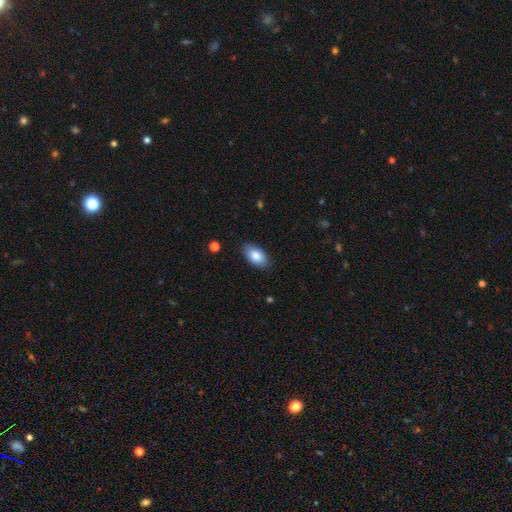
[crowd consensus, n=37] A smooth galaxy with no disk features (92%) that is in between round and cigar-shaped (97%).

Vote fractions:
- Smooth or featured? smooth: 92% / star or artifact: 5% / featured or disk: 3%
- How rounded? in between: 97% / round: 3% / cigar-shaped: 0%
- Merging? none: 86% / minor disturbance: 11% / merger: 3% / major disturbance: 0%